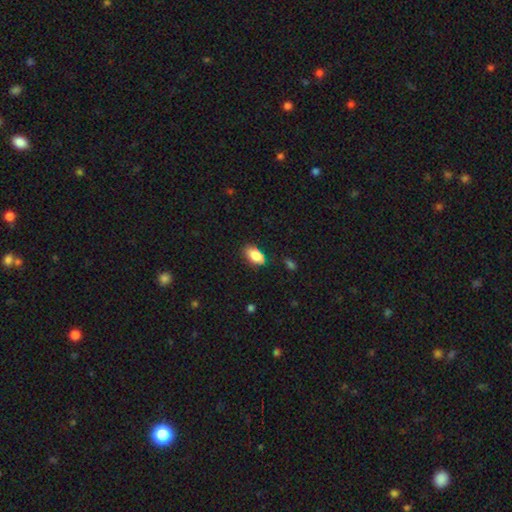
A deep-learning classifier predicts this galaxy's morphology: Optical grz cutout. It shows a smooth galaxy with no disk features (85%) that is in between round and cigar-shaped (92%). Merging: none (79%).